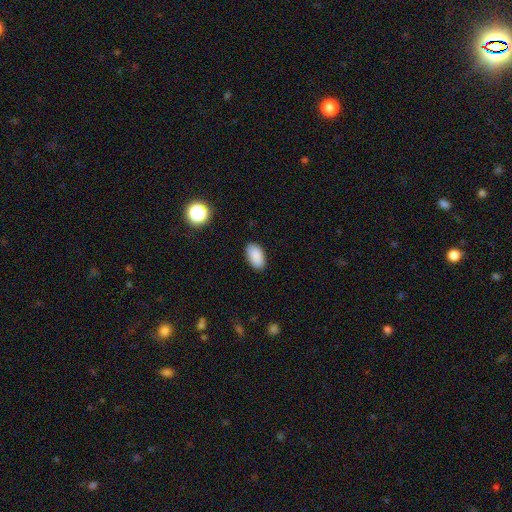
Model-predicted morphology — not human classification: Q: Smooth or featured?
A: smooth (88%); runner-up: star or artifact (8%)
Q: How rounded?
A: in between (94%); runner-up: round (4%)
Q: Merging?
A: none (86%); runner-up: minor disturbance (10%)